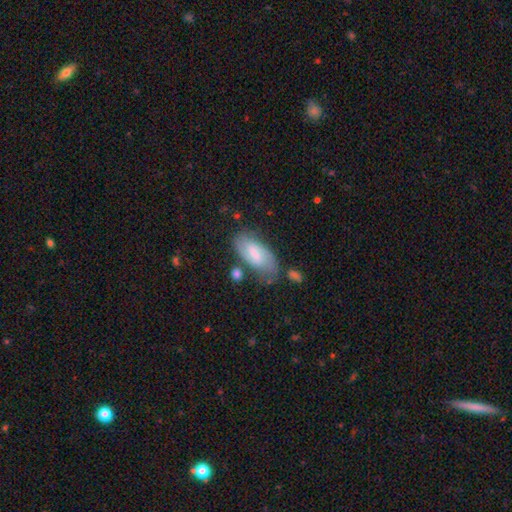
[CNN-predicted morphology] smooth_or_featured: featured or disk (p=0.52) [alt: smooth p=0.42]
disk_edge_on: no (p=0.93) [alt: yes p=0.07]
merging: none (p=0.62) [alt: minor disturbance p=0.23]